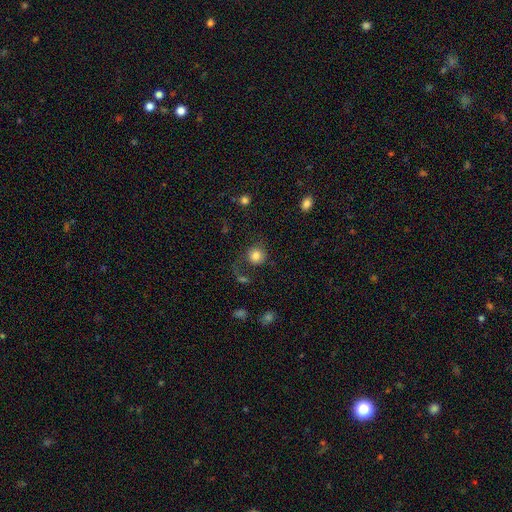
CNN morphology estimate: A smooth galaxy with no disk features (81%) that is round (89%). Merging: none (66%).